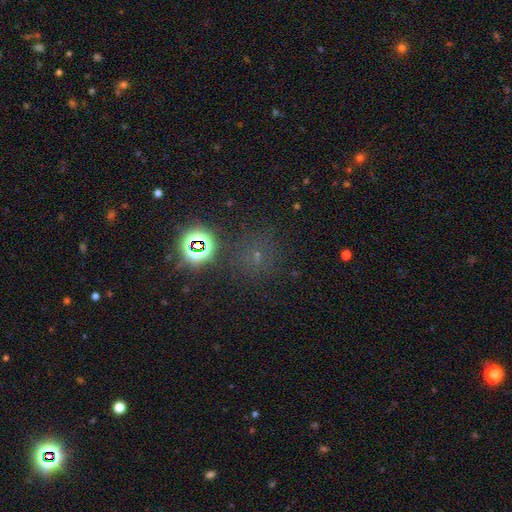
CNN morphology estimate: A star or artifact, not a galaxy (53%).